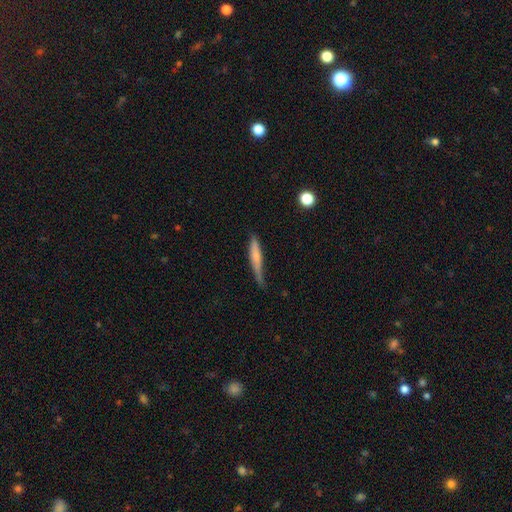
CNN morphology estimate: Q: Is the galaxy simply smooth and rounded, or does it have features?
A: smooth — 65%.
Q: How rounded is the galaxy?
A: cigar-shaped — 91%.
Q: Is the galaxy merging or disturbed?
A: none — 57%.